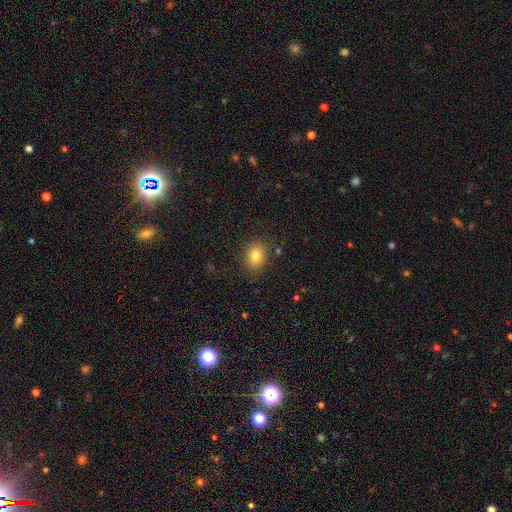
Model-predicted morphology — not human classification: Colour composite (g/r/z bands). It shows a smooth galaxy with no disk features (81%) that is in between round and cigar-shaped (51%). Merging: none (85%).